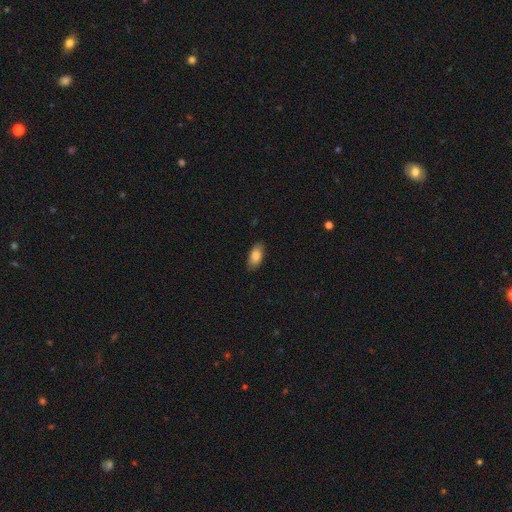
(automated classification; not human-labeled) A smooth galaxy with no disk features (82%) that is in between round and cigar-shaped (91%). Merging: none (82%).